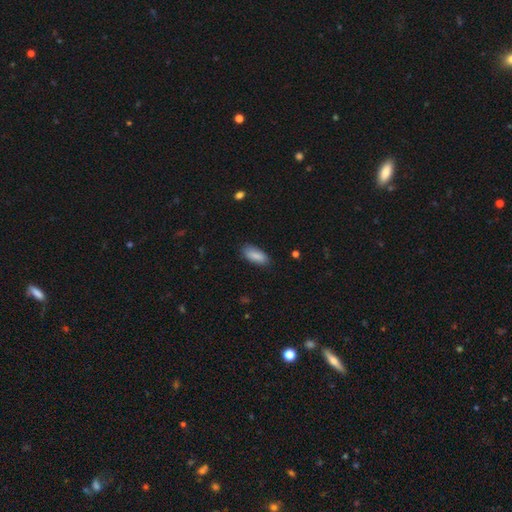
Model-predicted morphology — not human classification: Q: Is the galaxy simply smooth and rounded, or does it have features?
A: smooth — 88%.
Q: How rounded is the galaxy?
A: in between — 85%.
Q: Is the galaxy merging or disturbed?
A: none — 82%.